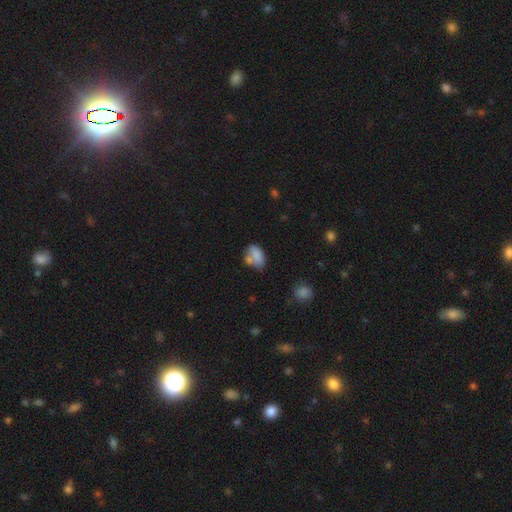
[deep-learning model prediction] smooth_or_featured: smooth (p=0.78) [alt: featured or disk p=0.13]
how_rounded: in between (p=0.87) [alt: round p=0.11]
merging: none (p=0.41) [alt: merger p=0.30]